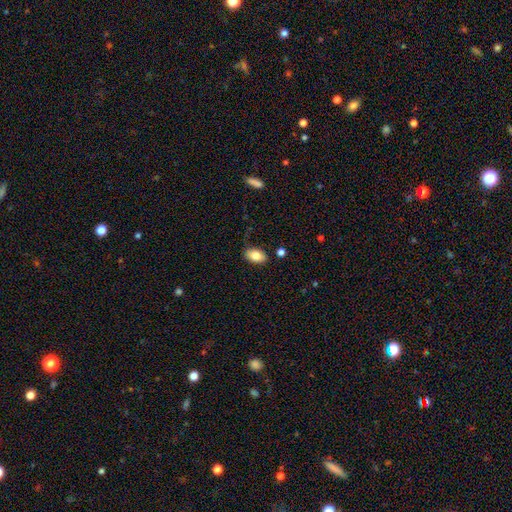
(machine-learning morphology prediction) Overall: smooth (80%). How rounded: in between (90%). Merging: none (82%).